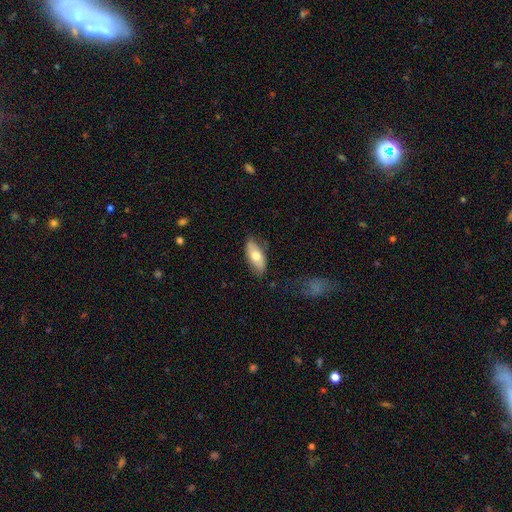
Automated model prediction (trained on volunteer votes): Smooth or featured? smooth (66%)
How rounded? in between (85%)
Merging? none (76%)